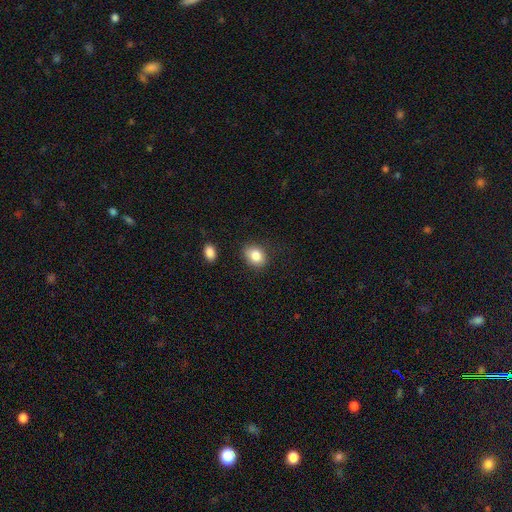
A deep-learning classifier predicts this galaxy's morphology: Smooth or featured? smooth (84%)
How rounded? in between (61%)
Merging? none (79%)